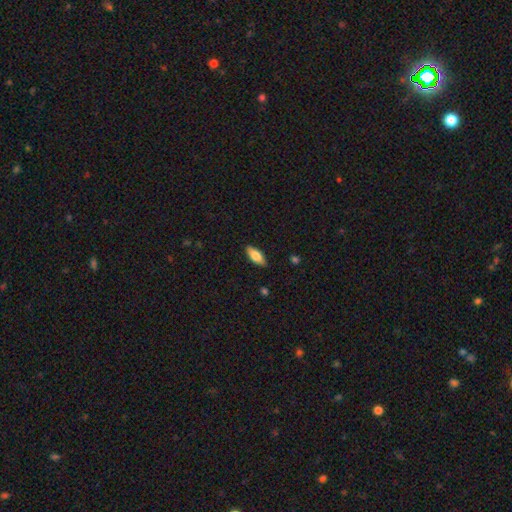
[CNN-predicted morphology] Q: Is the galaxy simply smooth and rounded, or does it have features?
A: smooth — 75%.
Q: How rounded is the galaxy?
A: in between — 79%.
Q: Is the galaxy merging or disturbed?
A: none — 88%.